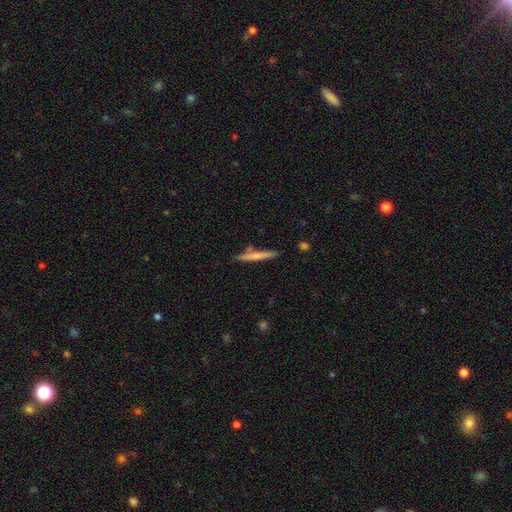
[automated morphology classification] This is likely a smooth galaxy (62%). How rounded: clearly cigar-shaped (96%). Merging: clearly none (81%).